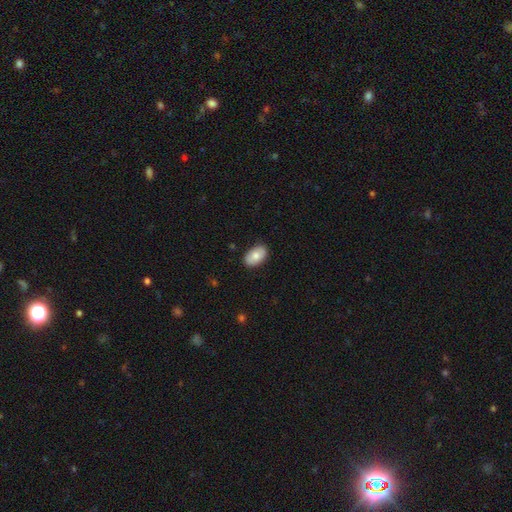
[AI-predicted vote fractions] Smooth or featured?
  - smooth: 78% *
  - featured or disk: 16%
  - star or artifact: 6%
How rounded?
  - in between: 93% *
  - round: 5%
  - cigar-shaped: 1%
Merging?
  - none: 85% *
  - minor disturbance: 12%
  - major disturbance: 2%
  - merger: 1%